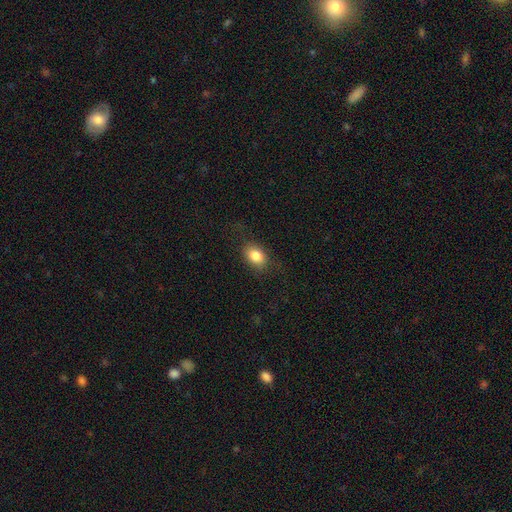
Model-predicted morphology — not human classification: Smooth or featured? Predicted: smooth (p=0.83). How rounded? Predicted: in between (p=0.73). Merging? Predicted: none (p=0.80).